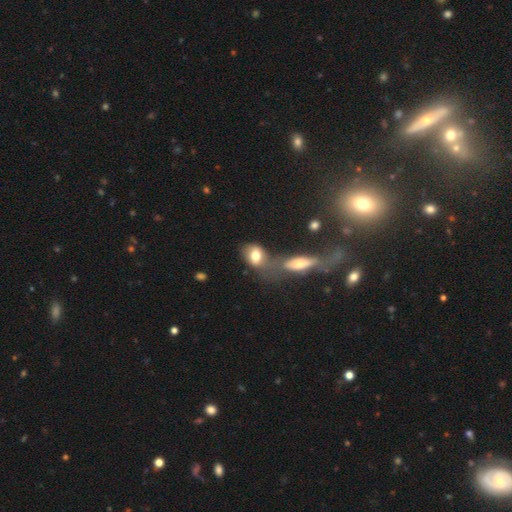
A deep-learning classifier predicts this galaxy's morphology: type=smooth (70%); roundness=in between (73%); merging=merger (44%).